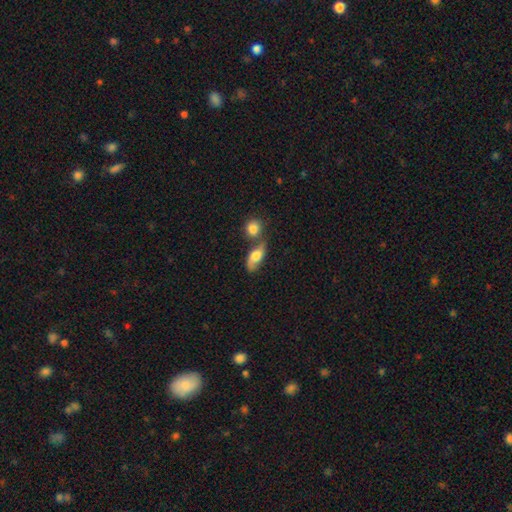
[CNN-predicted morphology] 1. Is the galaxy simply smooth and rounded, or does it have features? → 61% smooth, 31% featured or disk, 8% star or artifact.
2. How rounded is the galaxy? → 77% in between, 12% round, 11% cigar-shaped.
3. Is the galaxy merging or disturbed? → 39% none (tied), 39% merger (tied), 15% minor disturbance, 8% major disturbance.